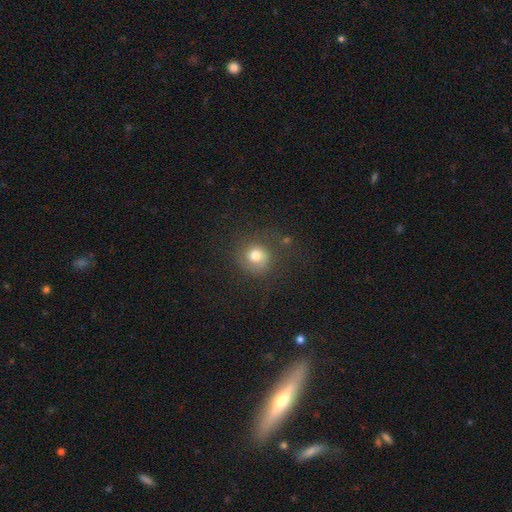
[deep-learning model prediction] This is likely a smooth galaxy (68%). How rounded: clearly round (85%). Merging: likely none (63%).